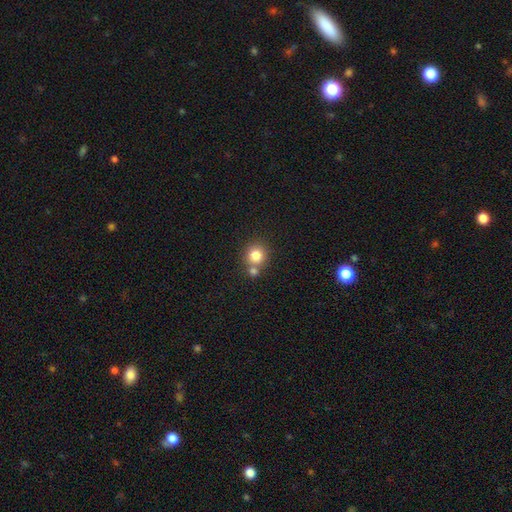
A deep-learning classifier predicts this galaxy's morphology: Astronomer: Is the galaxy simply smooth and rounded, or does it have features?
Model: smooth — 81%.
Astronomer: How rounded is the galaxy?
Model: round — 89%.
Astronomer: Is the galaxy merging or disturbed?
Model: none — 56% (runner-up: merger, 33%).